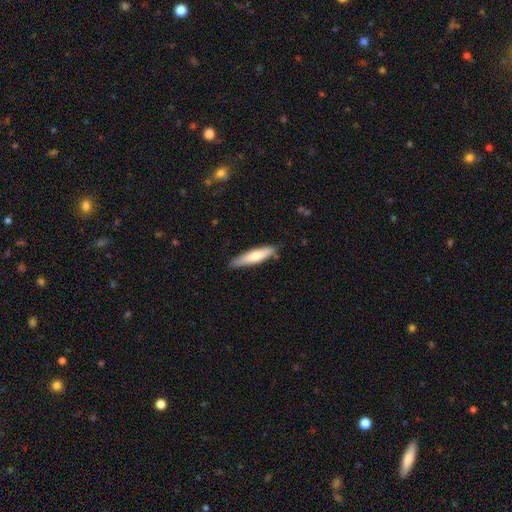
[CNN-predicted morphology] Smooth or featured? smooth (69%)
How rounded? cigar-shaped (80%)
Merging? none (84%)